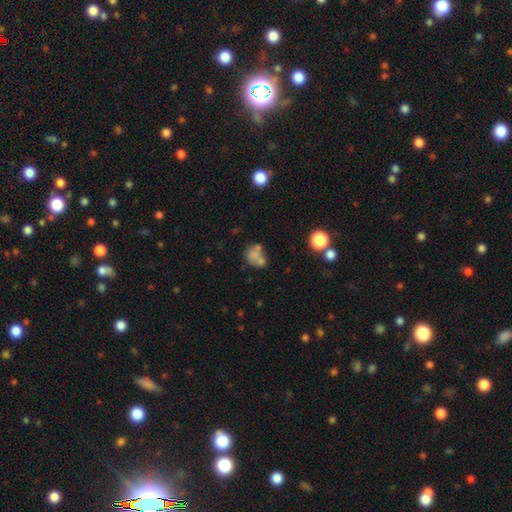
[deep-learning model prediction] Q: Smooth or featured?
A: smooth (63%); runner-up: featured or disk (24%)
Q: How rounded?
A: round (53%); runner-up: in between (45%)
Q: Merging?
A: merger (43%); runner-up: none (32%)